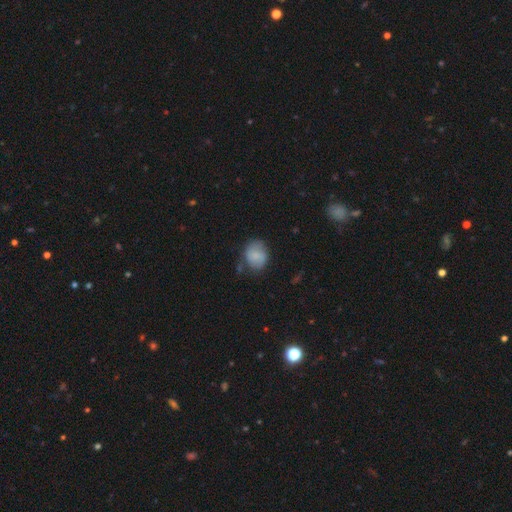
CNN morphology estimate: Q: Smooth or featured?
A: smooth (79%); runner-up: featured or disk (13%)
Q: How rounded?
A: round (59%); runner-up: in between (40%)
Q: Merging?
A: none (62%); runner-up: minor disturbance (25%)